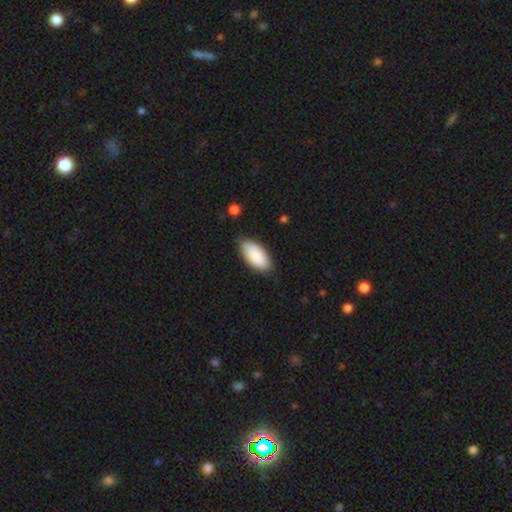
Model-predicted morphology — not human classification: This is clearly a smooth galaxy (87%). How rounded: clearly in between (93%). Merging: clearly none (83%).